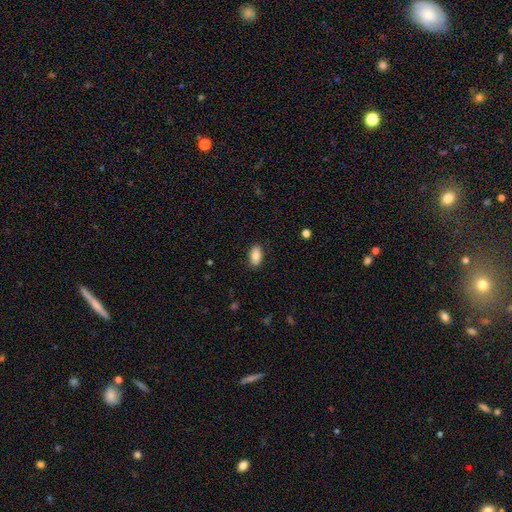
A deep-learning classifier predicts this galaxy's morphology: smooth_or_featured: smooth (p=0.83) [alt: featured or disk p=0.10]
how_rounded: in between (p=0.93) [alt: round p=0.05]
merging: none (p=0.86) [alt: minor disturbance p=0.10]